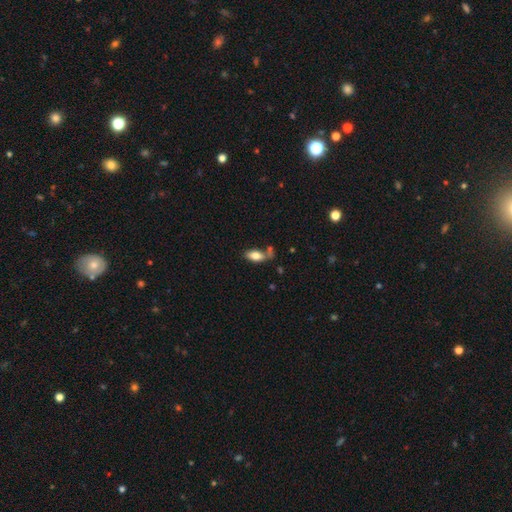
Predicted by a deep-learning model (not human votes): Smooth or featured? Predicted: smooth (p=0.76). How rounded? Predicted: in between (p=0.88). Merging? Predicted: none (p=0.53).